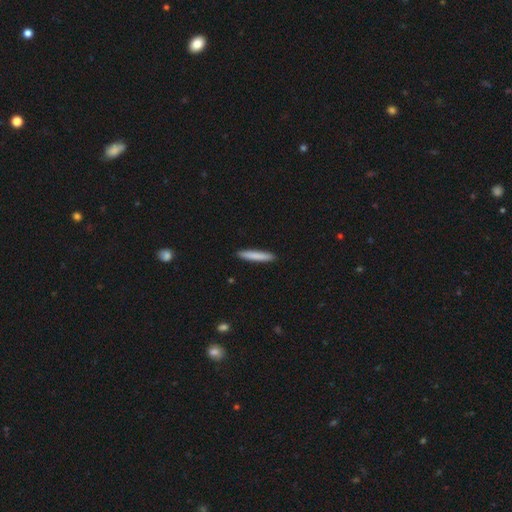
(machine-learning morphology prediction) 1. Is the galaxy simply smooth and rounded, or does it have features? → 82% smooth, 12% featured or disk, 6% star or artifact.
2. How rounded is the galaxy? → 94% cigar-shaped, 5% in between, 1% round.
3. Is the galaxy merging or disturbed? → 92% none, 6% minor disturbance, 1% major disturbance, 1% merger.